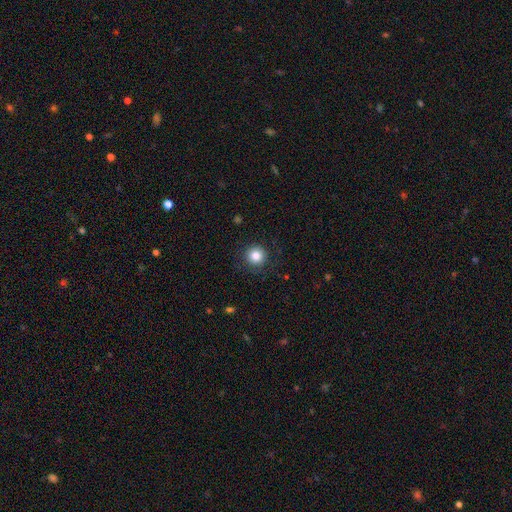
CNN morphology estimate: This is clearly a smooth galaxy (84%). How rounded: clearly round (95%). Merging: clearly none (88%).